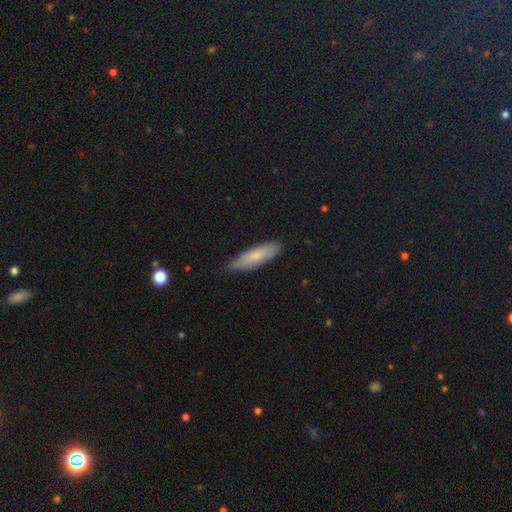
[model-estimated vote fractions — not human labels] Morphology: type=smooth (76%); roundness=cigar-shaped (61%); merging=none (77%).